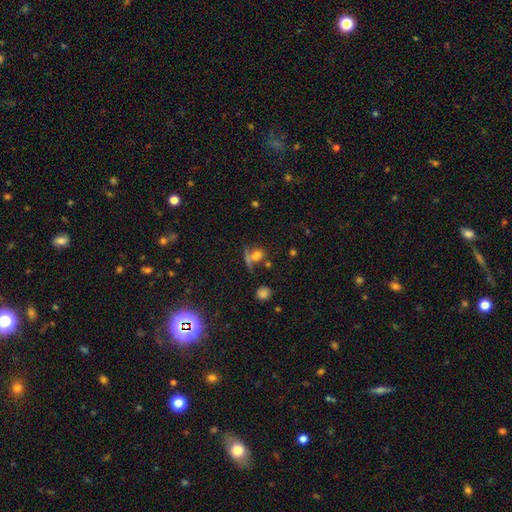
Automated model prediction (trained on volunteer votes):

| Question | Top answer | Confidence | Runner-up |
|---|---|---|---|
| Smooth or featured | smooth | 59% | star or artifact (27%) |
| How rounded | round | 56% | in between (36%) |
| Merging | none | 46% | merger (30%) |